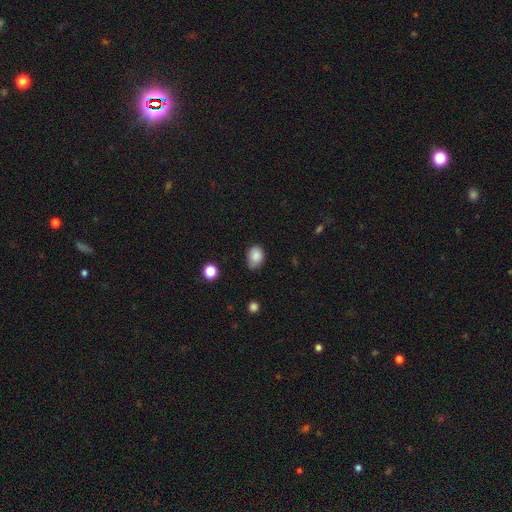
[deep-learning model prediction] Smooth or featured?
  - smooth: 85% *
  - star or artifact: 9%
  - featured or disk: 6%
How rounded?
  - in between: 65% *
  - round: 34%
  - cigar-shaped: 1%
Merging?
  - none: 64% *
  - minor disturbance: 29%
  - major disturbance: 5%
  - merger: 2%